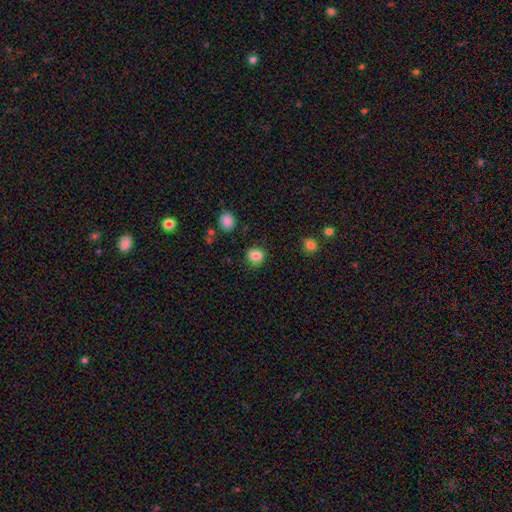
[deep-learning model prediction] Morphology: type=smooth (84%); roundness=round (71%); merging=none (81%).